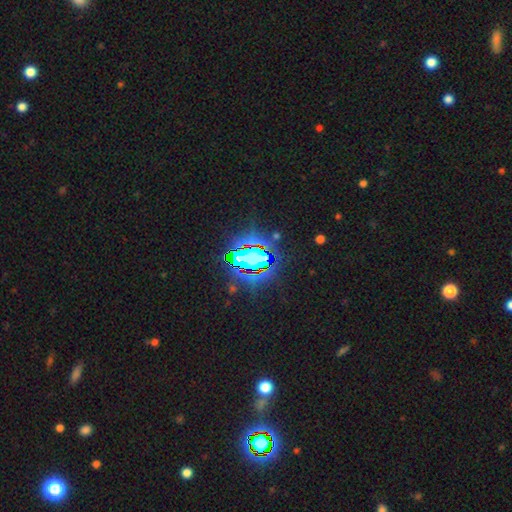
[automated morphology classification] This is clearly a star or artifact rather than a galaxy (82%).